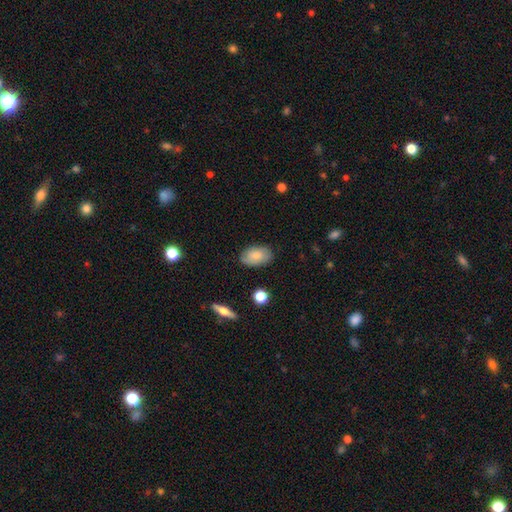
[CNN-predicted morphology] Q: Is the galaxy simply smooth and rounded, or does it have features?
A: smooth — 77%.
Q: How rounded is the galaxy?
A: in between — 92%.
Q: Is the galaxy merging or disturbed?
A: none — 82%.